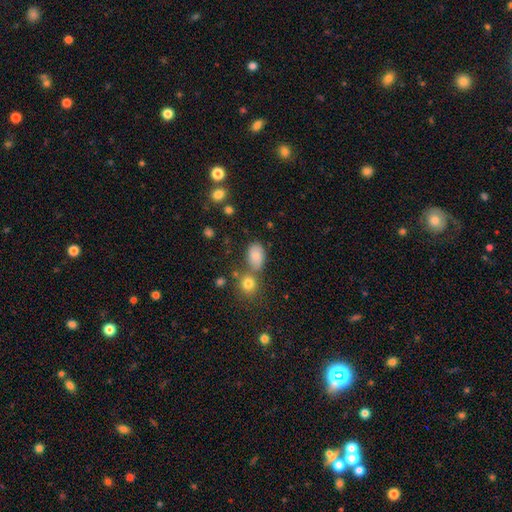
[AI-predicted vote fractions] This appears to be a smooth galaxy with no disk features (81%) that is in between round and cigar-shaped (86%). Merging: none (59%).